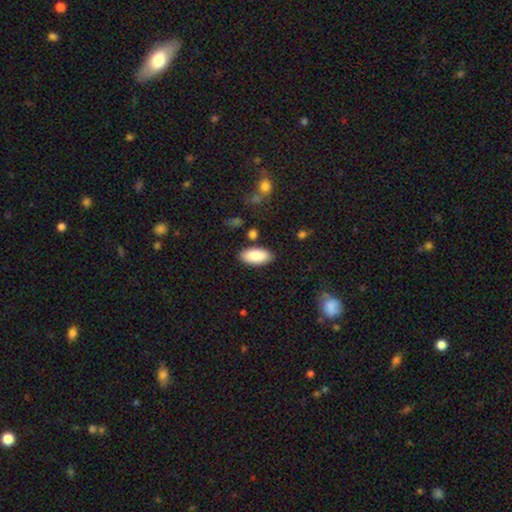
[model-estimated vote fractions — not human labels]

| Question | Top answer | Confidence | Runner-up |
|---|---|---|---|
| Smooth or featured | smooth | 87% | featured or disk (7%) |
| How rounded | in between | 93% | cigar-shaped (6%) |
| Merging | none | 85% | minor disturbance (10%) |